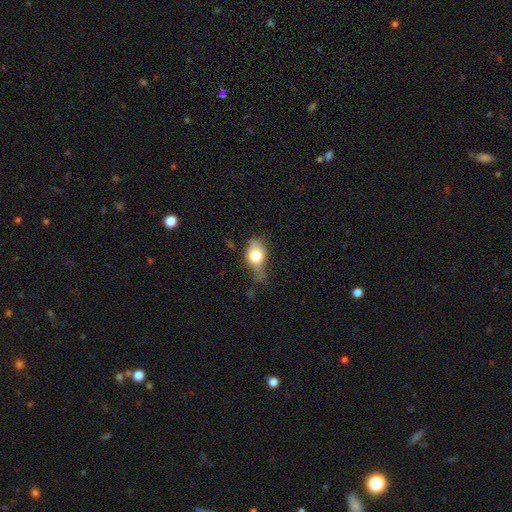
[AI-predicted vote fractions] This is likely a smooth galaxy (70%). How rounded: likely in between (77%). Merging: marginally minor disturbance (39%).